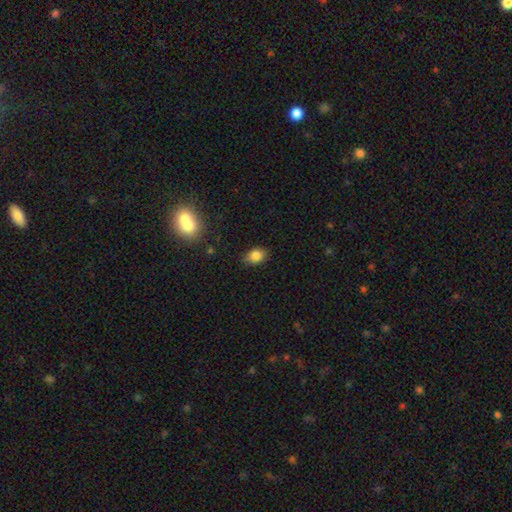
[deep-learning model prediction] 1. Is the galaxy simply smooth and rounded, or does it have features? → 83% smooth, 11% star or artifact, 6% featured or disk.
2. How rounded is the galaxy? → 69% in between, 30% round, 2% cigar-shaped.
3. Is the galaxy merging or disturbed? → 74% none, 21% minor disturbance, 3% major disturbance, 2% merger.